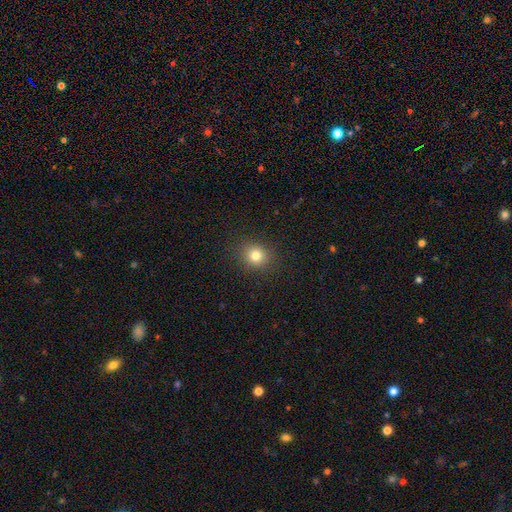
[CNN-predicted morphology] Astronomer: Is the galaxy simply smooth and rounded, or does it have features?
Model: smooth — 80%.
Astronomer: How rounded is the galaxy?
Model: round — 78%.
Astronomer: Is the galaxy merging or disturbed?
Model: none — 90%.